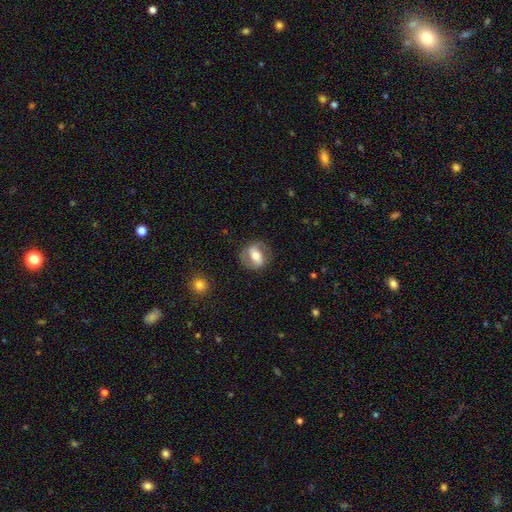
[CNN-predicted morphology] type=featured or disk (66%); edge-on=no (93%); bar=strong (53%); spiral arms=yes (75%); bulge=moderate (68%); merging=none (78%).